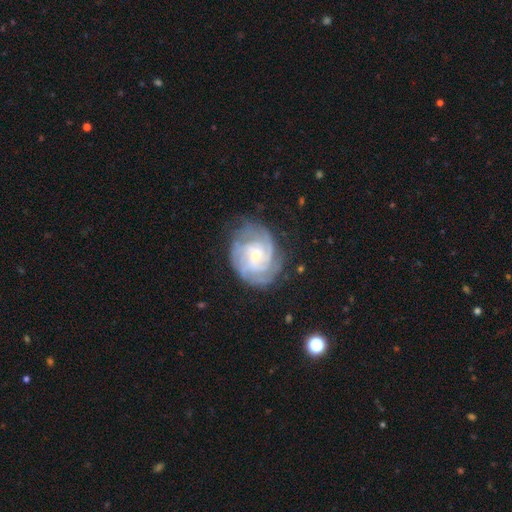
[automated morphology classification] Q: Smooth or featured?
A: featured or disk (87%); runner-up: smooth (8%)
Q: Edge-on disk?
A: no (98%); runner-up: yes (2%)
Q: Bar?
A: no (65%); runner-up: weak (29%)
Q: Spiral arms?
A: yes (97%); runner-up: no (3%)
Q: Spiral winding?
A: tight (67%); runner-up: medium (28%)
Q: Spiral arm count?
A: can't tell (27%); runner-up: 3 (24%)
Q: Bulge size?
A: small (67%); runner-up: moderate (29%)
Q: Merging?
A: none (71%); runner-up: minor disturbance (19%)